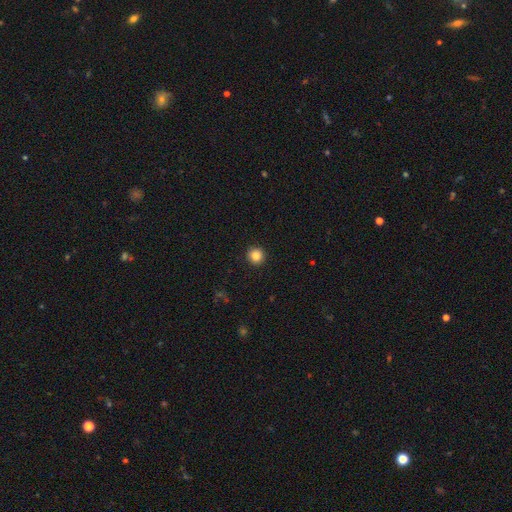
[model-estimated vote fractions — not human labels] The model was most divided on "smooth or featured": smooth: 85%, star or artifact: 11%, featured or disk: 4%. More confident: how rounded — round (95%); merging — none (93%).